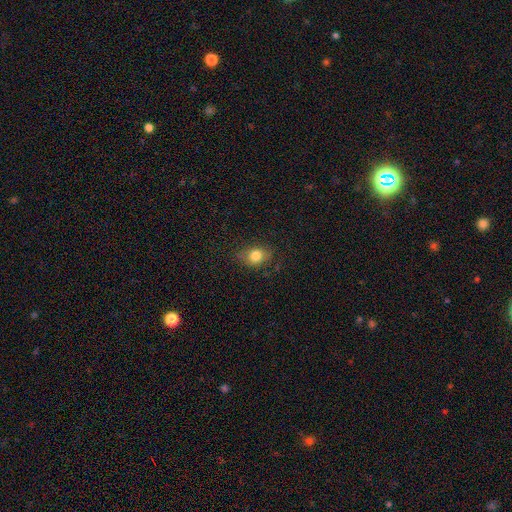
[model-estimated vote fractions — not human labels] Smooth or featured? smooth (81%)
How rounded? in between (57%)
Merging? none (77%)